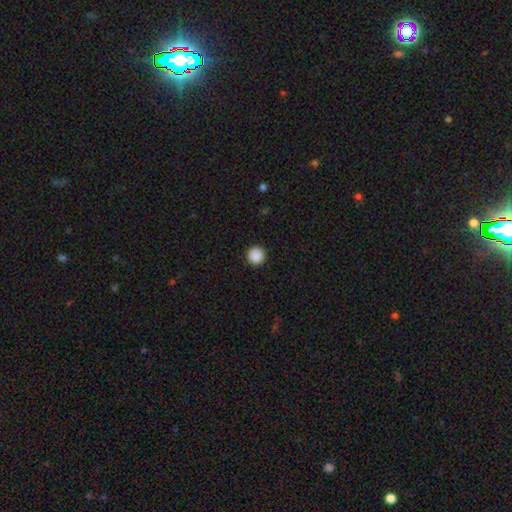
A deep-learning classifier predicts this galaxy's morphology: Smooth or featured? Predicted: smooth (p=0.89). How rounded? Predicted: round (p=0.96). Merging? Predicted: none (p=0.92).